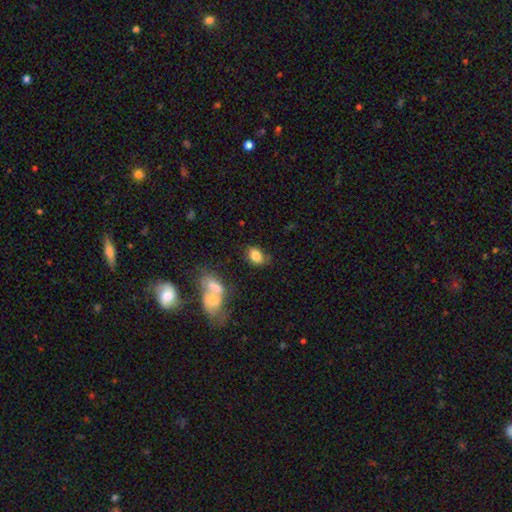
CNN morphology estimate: Smooth or featured? smooth (83%)
How rounded? in between (78%)
Merging? none (58%)